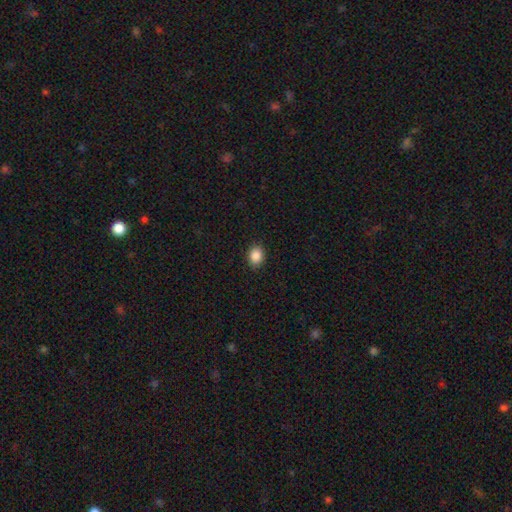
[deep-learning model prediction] smooth-or-featured: smooth: 88% | star or artifact: 9% | featured or disk: 4%
  how-rounded: in between: 56% | round: 43% | cigar-shaped: 1%
  merging: none: 88% | minor disturbance: 9% | major disturbance: 2% | merger: 1%